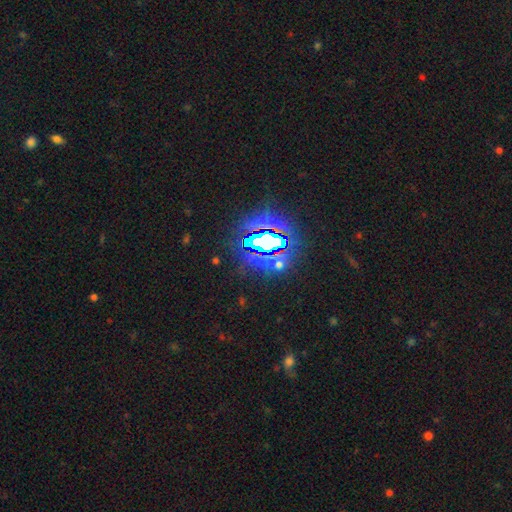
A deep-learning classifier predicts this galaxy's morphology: The model was most divided on "smooth or featured": star or artifact: 85%, smooth: 9%, featured or disk: 6%.